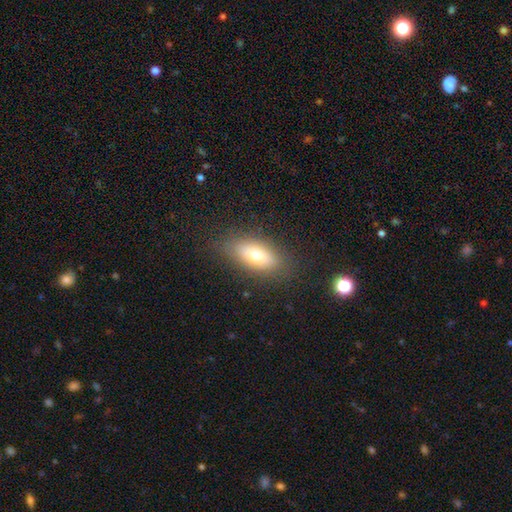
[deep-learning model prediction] smooth-or-featured: smooth: 69% | featured or disk: 22% | star or artifact: 9%
  how-rounded: in between: 83% | cigar-shaped: 12% | round: 5%
  merging: none: 83% | minor disturbance: 12% | major disturbance: 4% | merger: 1%